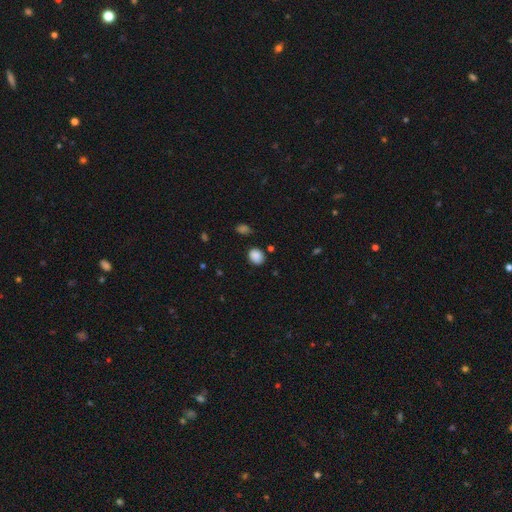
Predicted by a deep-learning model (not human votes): smooth_or_featured: smooth (p=0.86) [alt: star or artifact p=0.10]
how_rounded: round (p=0.55) [alt: in between p=0.44]
merging: none (p=0.79) [alt: minor disturbance p=0.15]